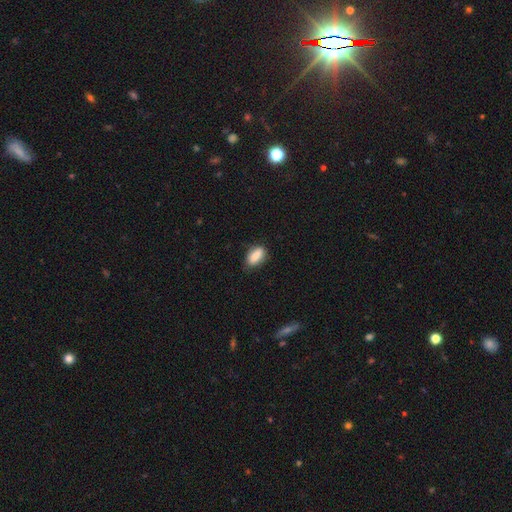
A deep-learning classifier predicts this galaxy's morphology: smooth 83%, featured or disk 10%, star or artifact 7%. Down the decision tree: how rounded — in between (85%); merging — none (76%).